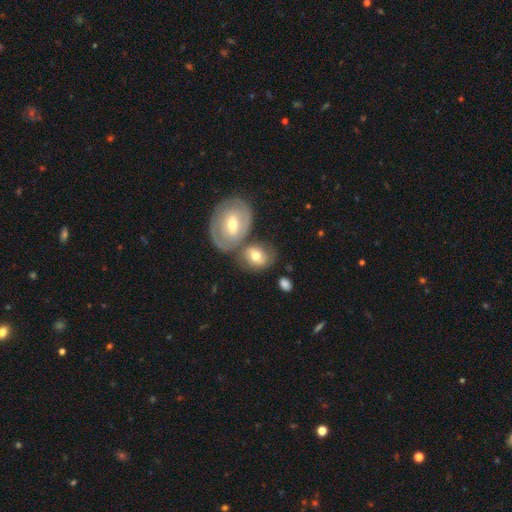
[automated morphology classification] type=smooth (53%); roundness=in between (52%); merging=none (44%).